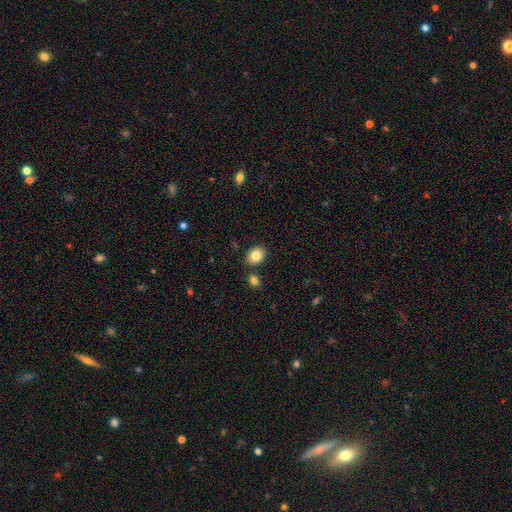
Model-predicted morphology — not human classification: type=smooth (85%); roundness=in between (64%); merging=none (83%).